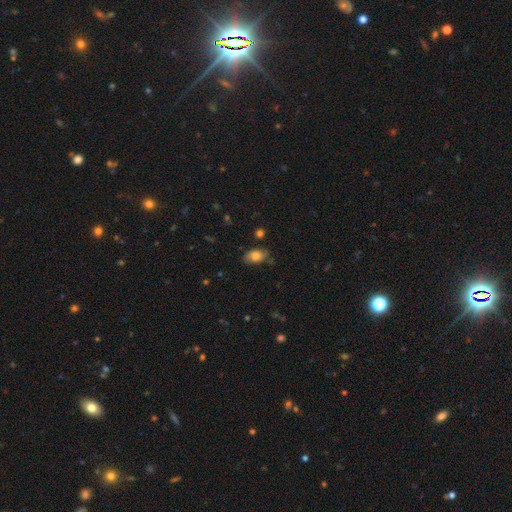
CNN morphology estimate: Smooth or featured? smooth (66%)
How rounded? in between (89%)
Merging? none (71%)